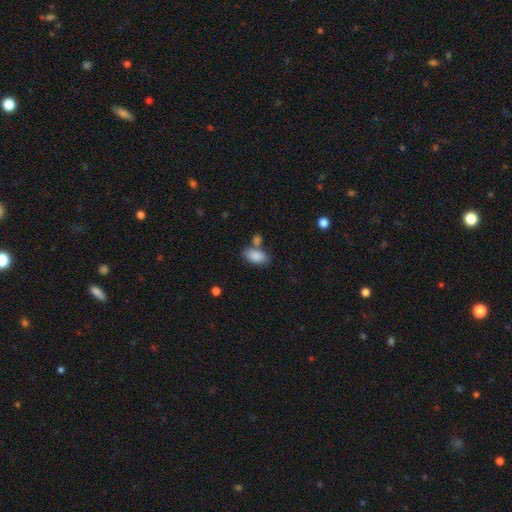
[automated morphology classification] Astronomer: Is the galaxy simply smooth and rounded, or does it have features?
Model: smooth — 87%.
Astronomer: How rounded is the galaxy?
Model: in between — 93%.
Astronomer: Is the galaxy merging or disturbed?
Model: none — 61%.